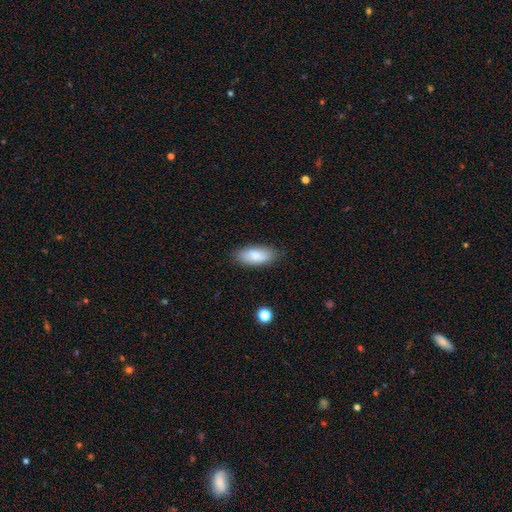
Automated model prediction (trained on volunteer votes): smooth-or-featured: smooth: 83% | featured or disk: 10% | star or artifact: 7%
  how-rounded: in between: 87% | cigar-shaped: 11% | round: 2%
  merging: none: 86% | minor disturbance: 11% | major disturbance: 2% | merger: 1%